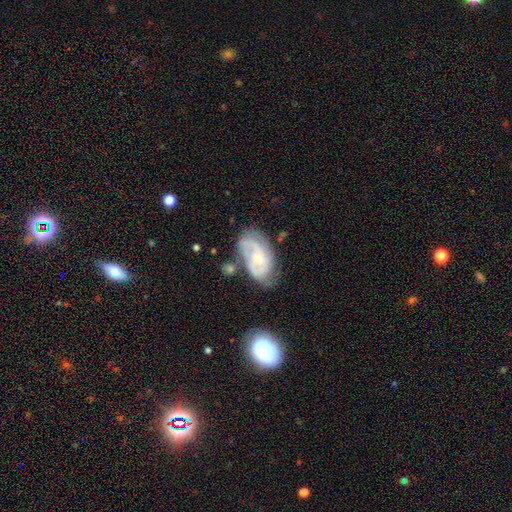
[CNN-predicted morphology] Overall: featured or disk (73%). Edge-on disk: no (96%). Bar: no (59%; weak 33%). Spiral arms: yes (90%). Spiral arm count: 2 (53%; can't tell 25%). Spiral winding: tight (55%; medium 35%). Bulge size: small (54%; moderate 40%). Merging: none (68%).